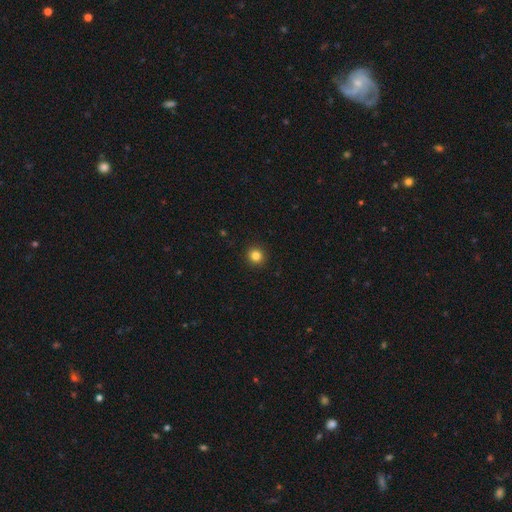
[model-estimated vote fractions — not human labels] Smooth or featured?
  - smooth: 83% *
  - star or artifact: 12%
  - featured or disk: 5%
How rounded?
  - round: 93% *
  - in between: 6%
  - cigar-shaped: 1%
Merging?
  - none: 93% *
  - minor disturbance: 4%
  - major disturbance: 2%
  - merger: 1%